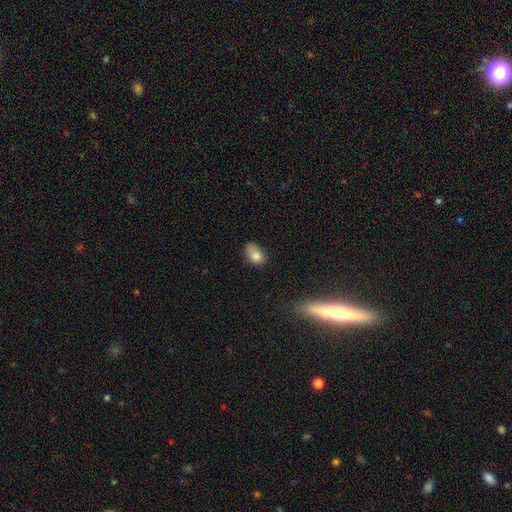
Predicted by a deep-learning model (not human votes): Smooth or featured?
  - smooth: 81% *
  - star or artifact: 10%
  - featured or disk: 9%
How rounded?
  - in between: 83% *
  - round: 15%
  - cigar-shaped: 1%
Merging?
  - none: 55% *
  - minor disturbance: 33%
  - major disturbance: 9%
  - merger: 3%